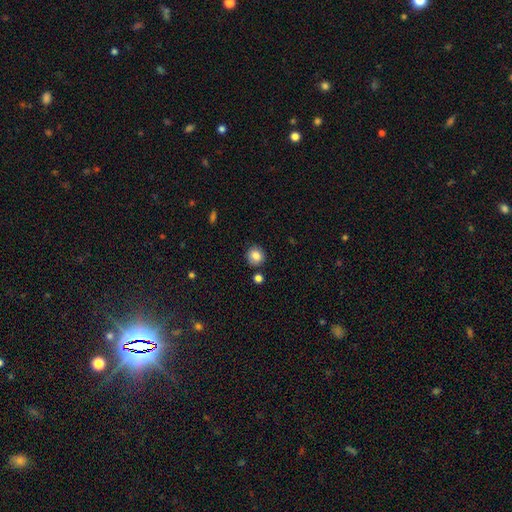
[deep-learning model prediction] Morphology: type=smooth (83%); roundness=round (88%); merging=none (85%).